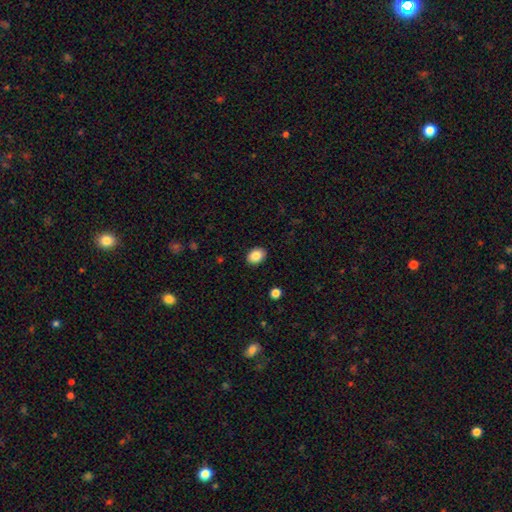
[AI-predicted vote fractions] smooth-or-featured: smooth: 87% | star or artifact: 8% | featured or disk: 5%
  how-rounded: in between: 68% | round: 31% | cigar-shaped: 1%
  merging: none: 90% | minor disturbance: 7% | major disturbance: 2% | merger: 1%